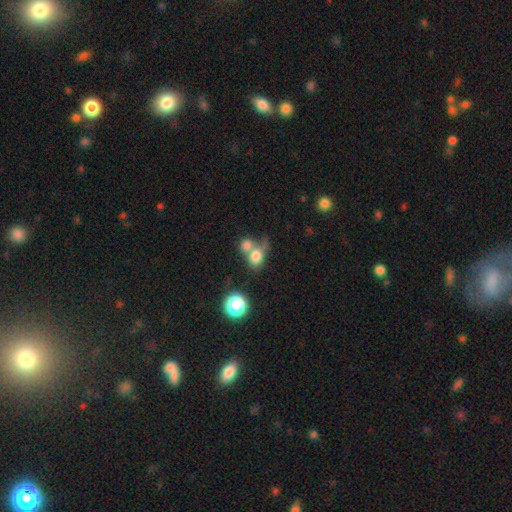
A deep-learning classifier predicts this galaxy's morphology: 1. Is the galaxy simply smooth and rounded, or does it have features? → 76% smooth, 12% featured or disk, 12% star or artifact.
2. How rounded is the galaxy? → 51% round, 48% in between, 2% cigar-shaped.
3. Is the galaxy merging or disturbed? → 57% merger, 26% none, 9% minor disturbance, 7% major disturbance.